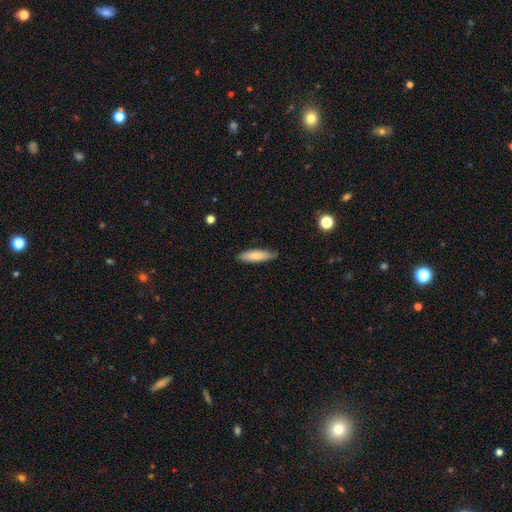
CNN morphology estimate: smooth_or_featured: smooth (p=0.75) [alt: featured or disk p=0.19]
how_rounded: cigar-shaped (p=0.66) [alt: in between p=0.33]
merging: none (p=0.83) [alt: minor disturbance p=0.13]